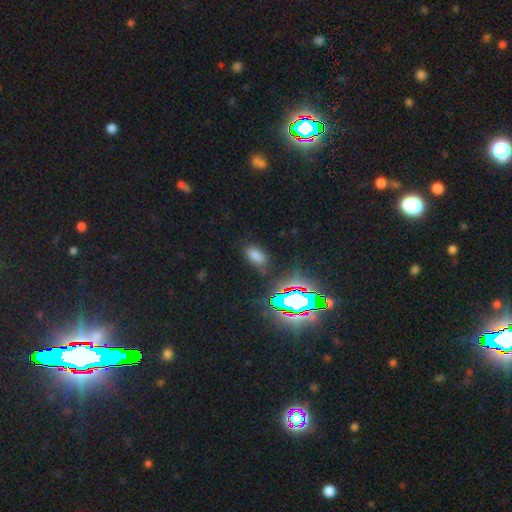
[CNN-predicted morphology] Smooth or featured? Predicted: smooth (p=0.64). How rounded? Predicted: in between (p=0.89). Merging? Predicted: none (p=0.82).